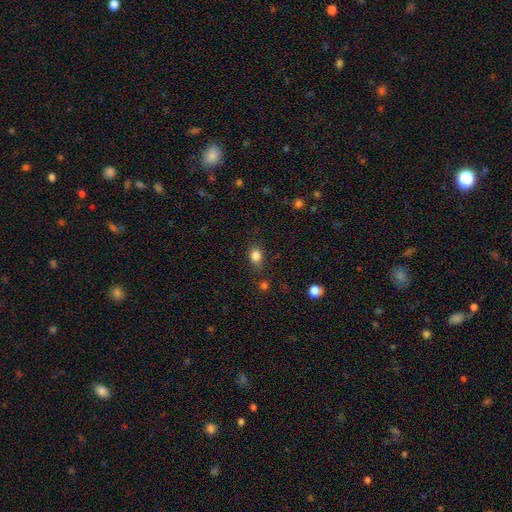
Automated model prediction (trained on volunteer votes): Smooth or featured: smooth — 84% (star or artifact — 11%)
How rounded: in between — 52% (round — 46%)
Merging: none — 75% (minor disturbance — 17%)